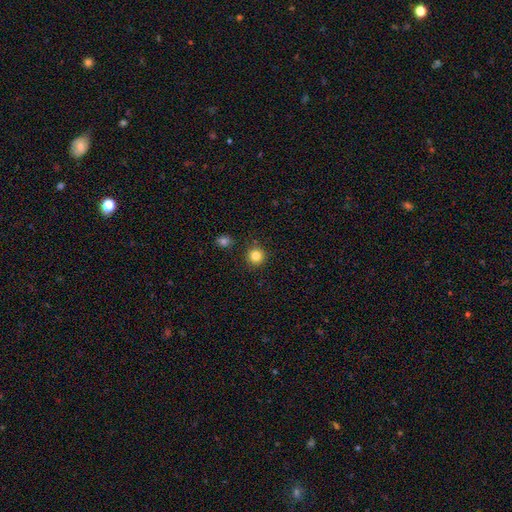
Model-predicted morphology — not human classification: A smooth galaxy with no disk features (83%) that is round (94%). Merging: none (89%).